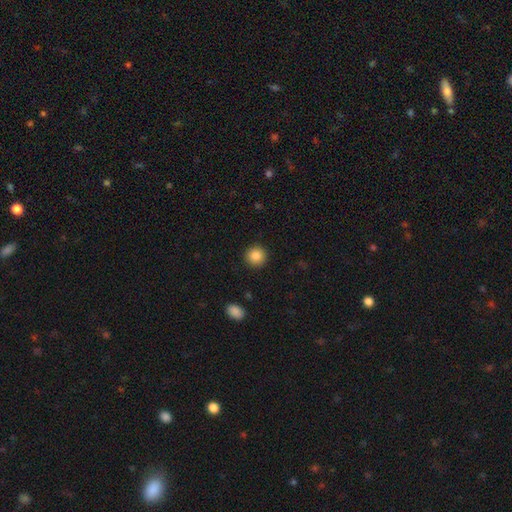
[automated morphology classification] Q: Smooth or featured?
A: smooth (86%); runner-up: star or artifact (9%)
Q: How rounded?
A: round (94%); runner-up: in between (5%)
Q: Merging?
A: none (92%); runner-up: minor disturbance (5%)